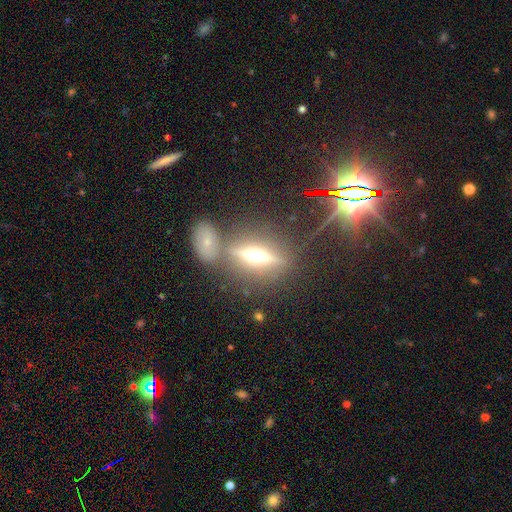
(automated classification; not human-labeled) Smooth or featured? featured or disk (67%)
Edge-on disk? yes (90%)
Edge-on bulge? rounded (94%)
Merging? none (75%)